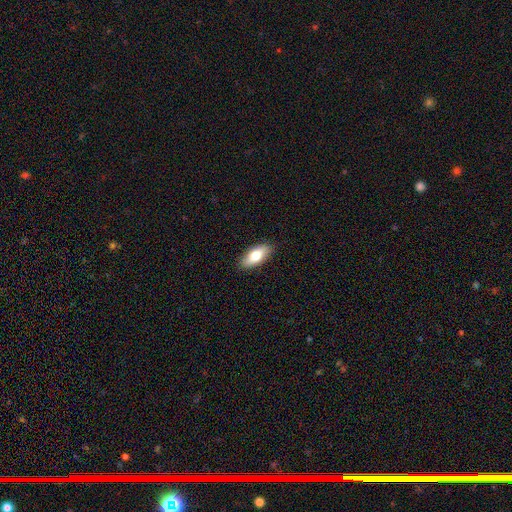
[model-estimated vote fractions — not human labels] Smooth or featured? smooth (72%)
How rounded? in between (85%)
Merging? none (88%)